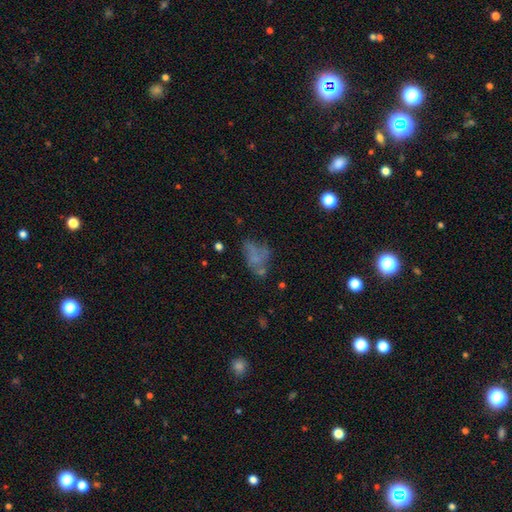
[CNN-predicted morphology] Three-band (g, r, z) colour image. It shows a smooth galaxy with no disk features (46%). Merging: none (37%).